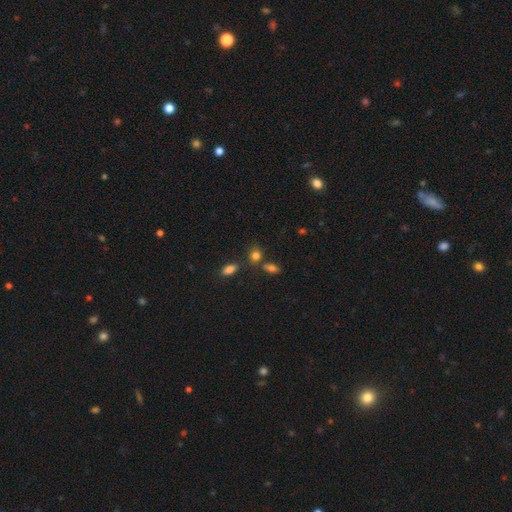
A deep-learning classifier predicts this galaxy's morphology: Overall: smooth (82%). How rounded: in between (53%; round 44%). Merging: none (65%).